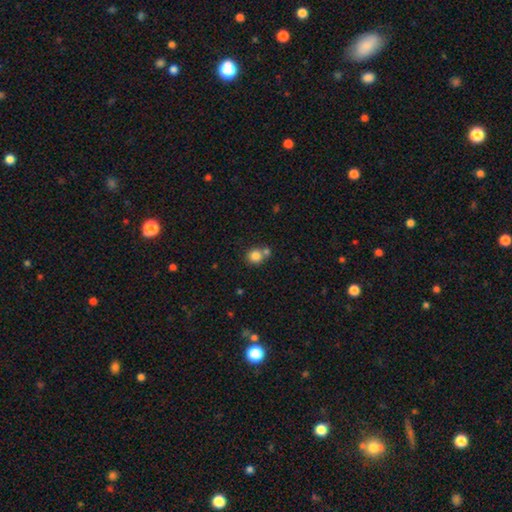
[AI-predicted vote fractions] Smooth or featured?
  - smooth: 82% *
  - star or artifact: 10%
  - featured or disk: 7%
How rounded?
  - round: 87% *
  - in between: 12%
  - cigar-shaped: 1%
Merging?
  - none: 53% *
  - merger: 36%
  - minor disturbance: 9%
  - major disturbance: 3%